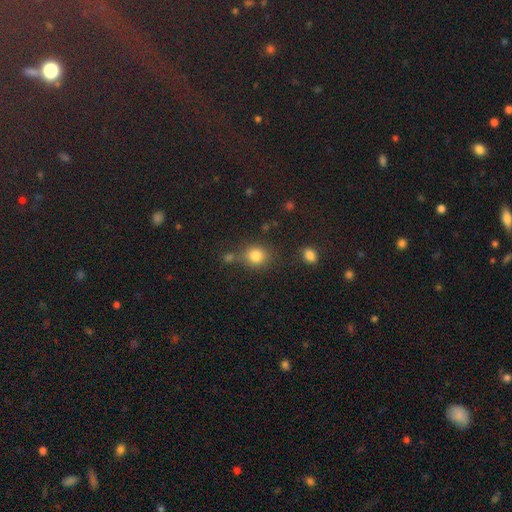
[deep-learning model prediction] Smooth or featured? Predicted: smooth (p=0.82). How rounded? Predicted: round (p=0.79). Merging? Predicted: none (p=0.69).